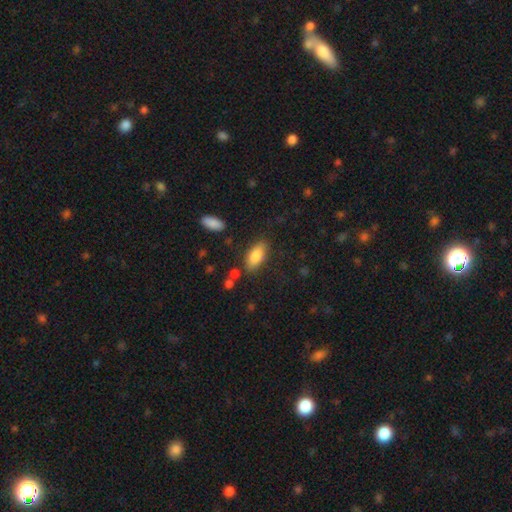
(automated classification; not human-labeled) This appears to be a smooth galaxy with no disk features (83%) that is in between round and cigar-shaped (85%). Merging: none (79%).